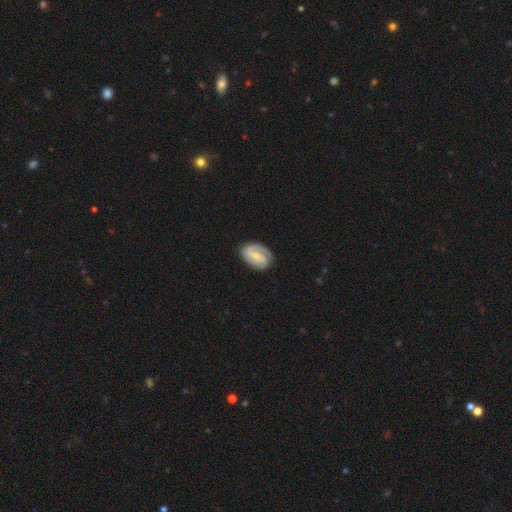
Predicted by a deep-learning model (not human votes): The model was most divided on "spiral winding": tight: 47%, medium: 40%, loose: 13%. Remaining: edge-on disk — no (97%); spiral arms — yes (95%); smooth or featured — featured or disk (78%); merging — none (77%); spiral arm count — 2 (73%); bulge size — small (57%); bar — weak (47%).